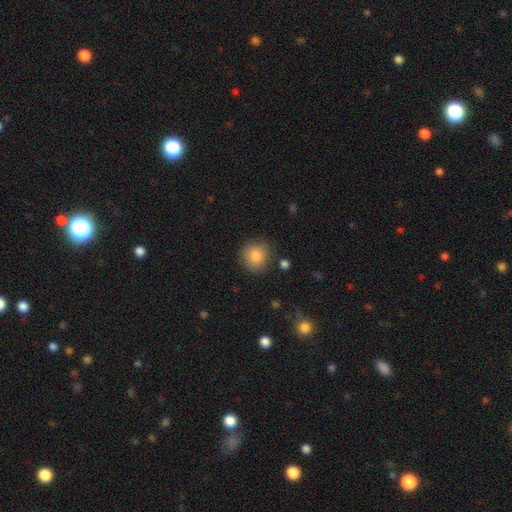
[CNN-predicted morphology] Overall: smooth (86%). How rounded: round (85%). Merging: none (85%).